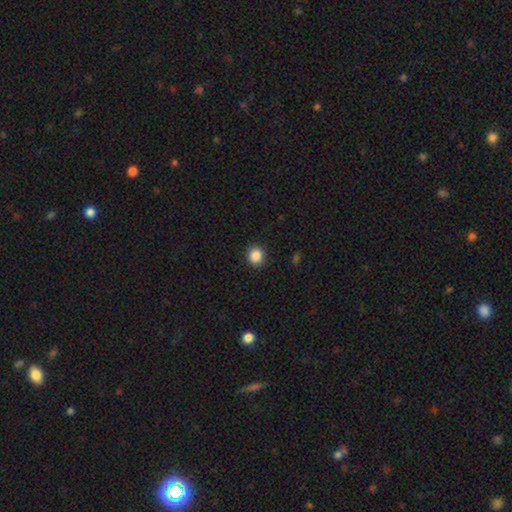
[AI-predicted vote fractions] Smooth or featured?
  - smooth: 87% *
  - star or artifact: 10%
  - featured or disk: 3%
How rounded?
  - round: 87% *
  - in between: 12%
  - cigar-shaped: 1%
Merging?
  - none: 91% *
  - minor disturbance: 6%
  - major disturbance: 2%
  - merger: 1%